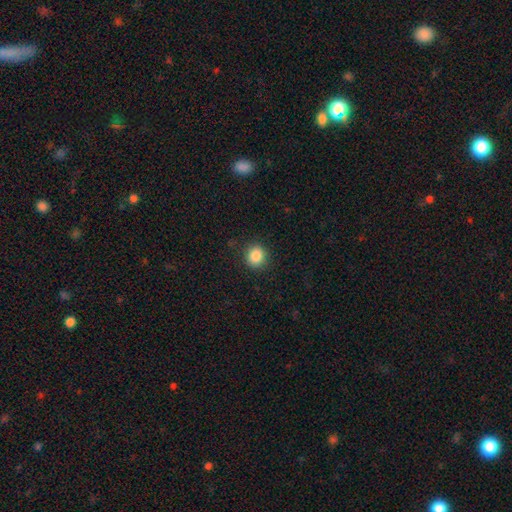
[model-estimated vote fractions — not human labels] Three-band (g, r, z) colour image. It shows a smooth galaxy with no disk features (86%) that is round (86%). Merging: none (89%).